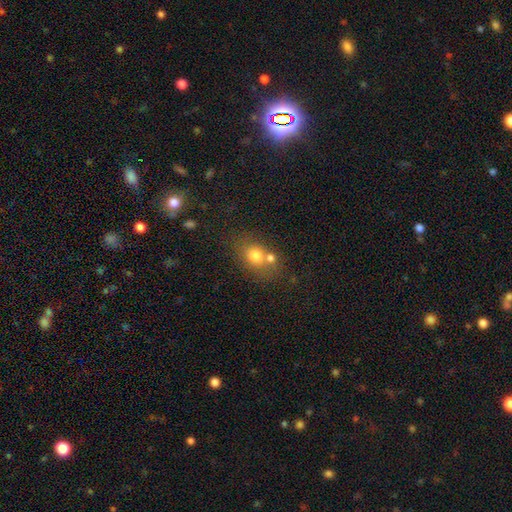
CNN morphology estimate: smooth-or-featured: smooth: 74% | featured or disk: 13% | star or artifact: 12%
  how-rounded: in between: 50% | round: 48% | cigar-shaped: 1%
  merging: none: 52% | merger: 30% | minor disturbance: 13% | major disturbance: 5%